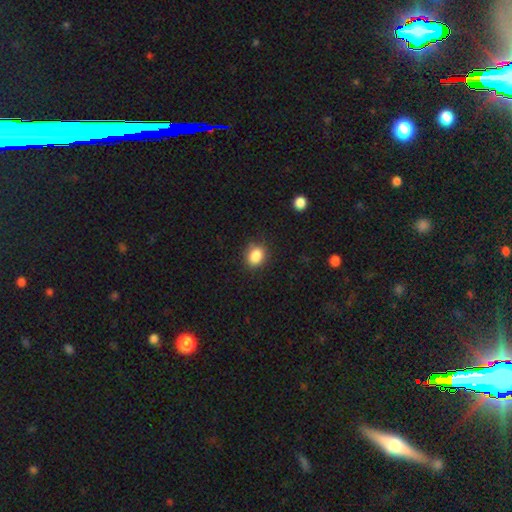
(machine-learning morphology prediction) smooth_or_featured: smooth (p=0.86) [alt: star or artifact p=0.10]
how_rounded: round (p=0.51) [alt: in between p=0.48]
merging: none (p=0.84) [alt: minor disturbance p=0.12]